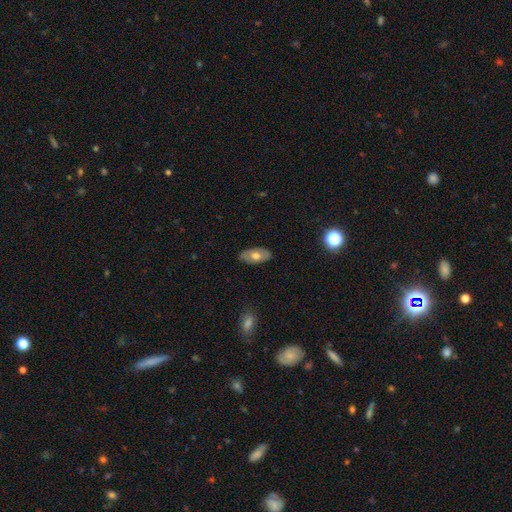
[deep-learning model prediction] Morphology: type=smooth (54%); roundness=in between (93%); merging=none (82%).